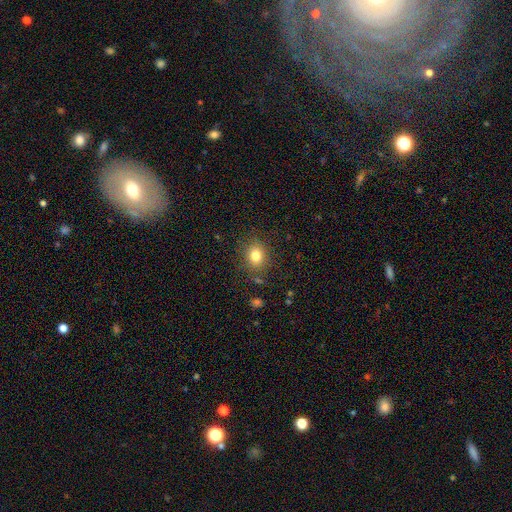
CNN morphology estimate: Smooth or featured?
  - smooth: 80% *
  - star or artifact: 12%
  - featured or disk: 8%
How rounded?
  - round: 60% *
  - in between: 39%
  - cigar-shaped: 1%
Merging?
  - none: 84% *
  - minor disturbance: 11%
  - major disturbance: 3%
  - merger: 2%